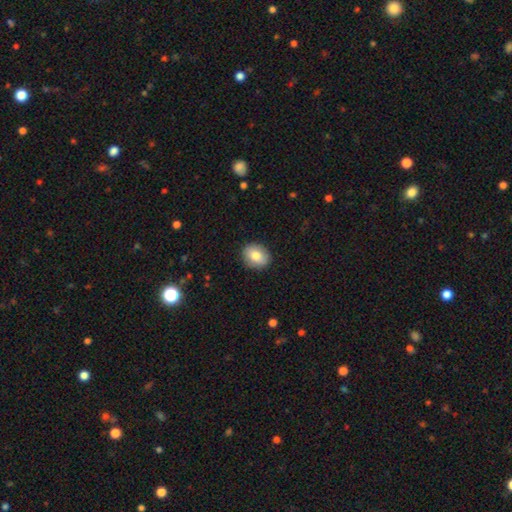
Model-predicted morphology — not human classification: This is likely a smooth galaxy (78%). How rounded: possibly round (56%). Merging: clearly none (89%).